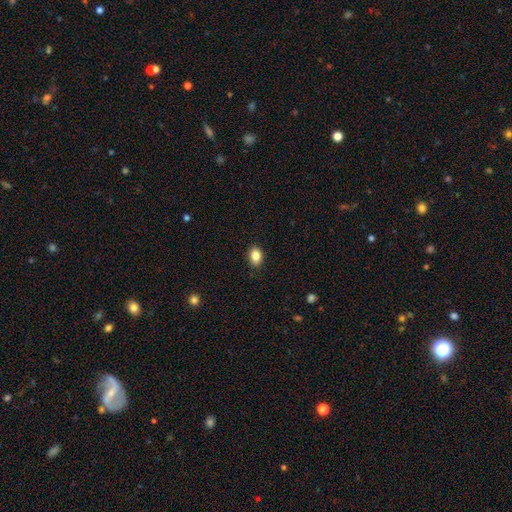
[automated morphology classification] smooth-or-featured: smooth: 85% | star or artifact: 9% | featured or disk: 6%
  how-rounded: in between: 75% | round: 24% | cigar-shaped: 1%
  merging: none: 87% | minor disturbance: 10% | major disturbance: 2% | merger: 1%